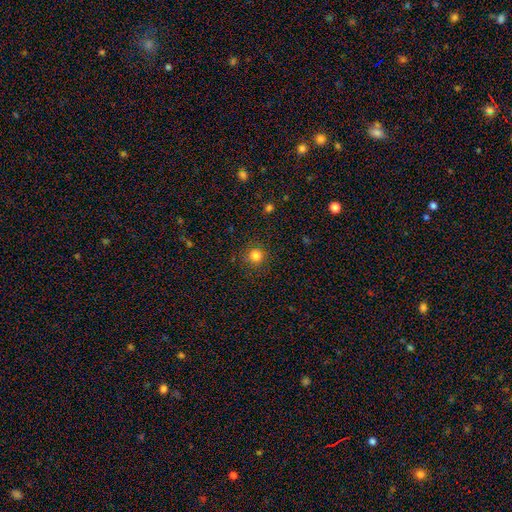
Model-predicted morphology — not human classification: smooth_or_featured: smooth (p=0.83) [alt: star or artifact p=0.13]
how_rounded: round (p=0.94) [alt: in between p=0.05]
merging: none (p=0.89) [alt: minor disturbance p=0.07]